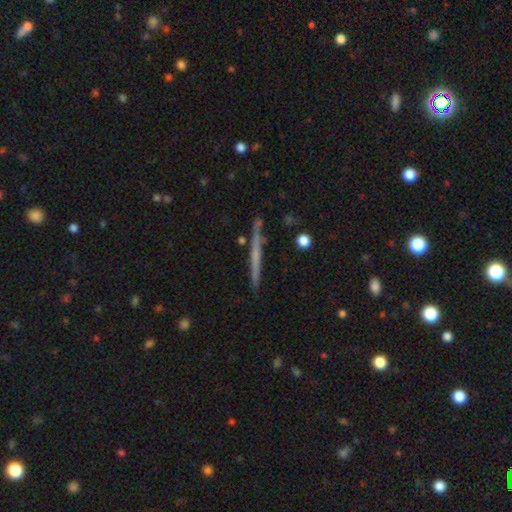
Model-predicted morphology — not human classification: smooth_or_featured: featured or disk (p=0.57) [alt: smooth p=0.36]
disk_edge_on: yes (p=0.97) [alt: no p=0.03]
edge_on_bulge: none (p=0.78) [alt: rounded p=0.17]
merging: none (p=0.89) [alt: minor disturbance p=0.08]